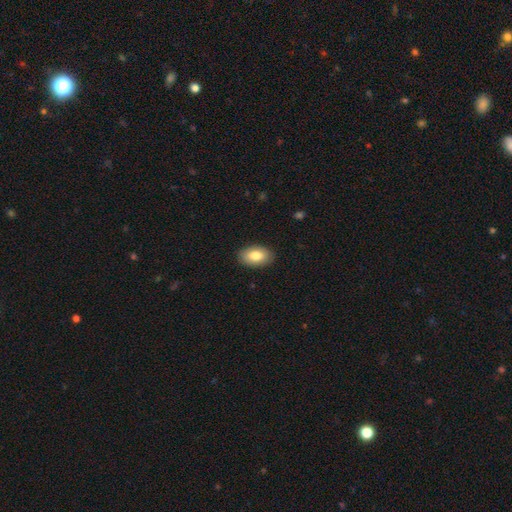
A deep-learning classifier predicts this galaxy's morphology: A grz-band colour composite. It shows a smooth galaxy with no disk features (82%) that is in between round and cigar-shaped (93%). Merging: none (89%).